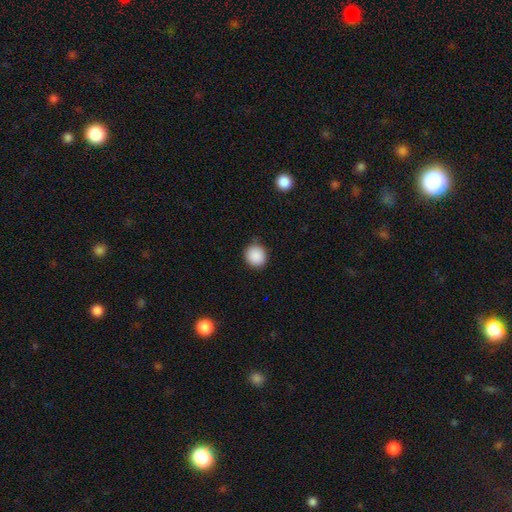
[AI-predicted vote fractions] smooth_or_featured: smooth (p=0.89) [alt: star or artifact p=0.08]
how_rounded: round (p=0.88) [alt: in between p=0.12]
merging: none (p=0.86) [alt: minor disturbance p=0.10]